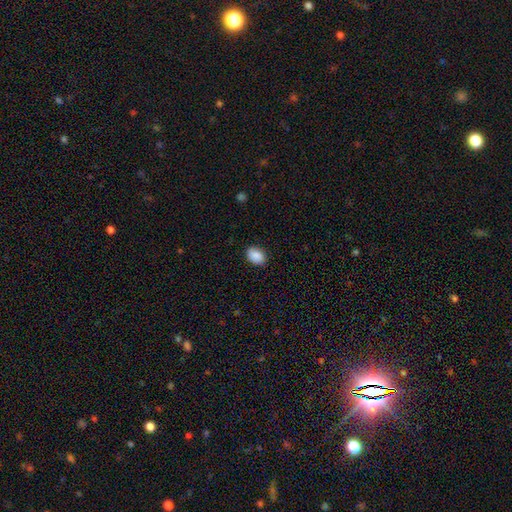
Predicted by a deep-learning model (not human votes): Smooth or featured? smooth (89%)
How rounded? in between (77%)
Merging? none (86%)